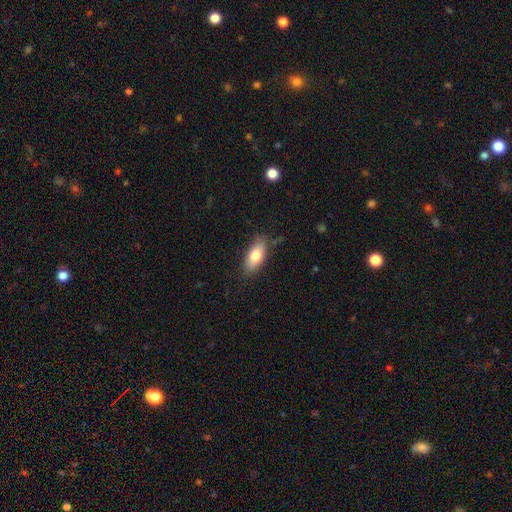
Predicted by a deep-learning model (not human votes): Overall: smooth (77%). How rounded: in between (84%). Merging: none (80%).